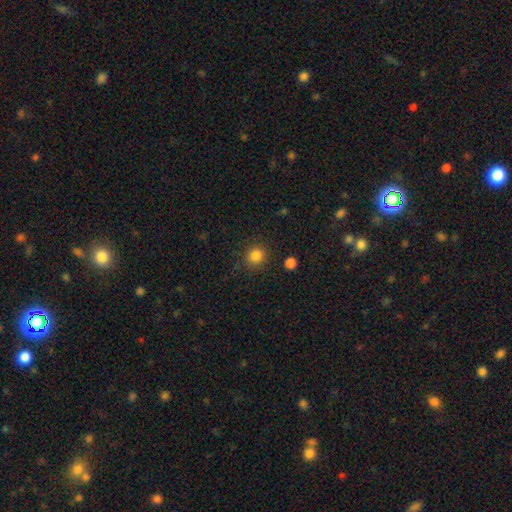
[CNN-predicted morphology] Smooth or featured? smooth (85%)
How rounded? round (88%)
Merging? none (87%)